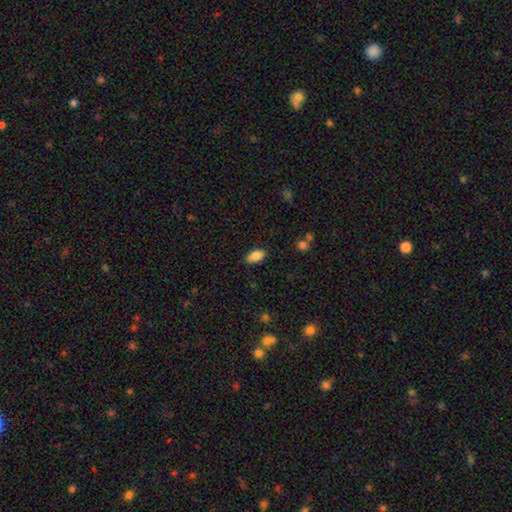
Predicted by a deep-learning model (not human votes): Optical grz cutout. It shows a smooth galaxy with no disk features (87%) that is in between round and cigar-shaped (93%). Merging: none (83%).